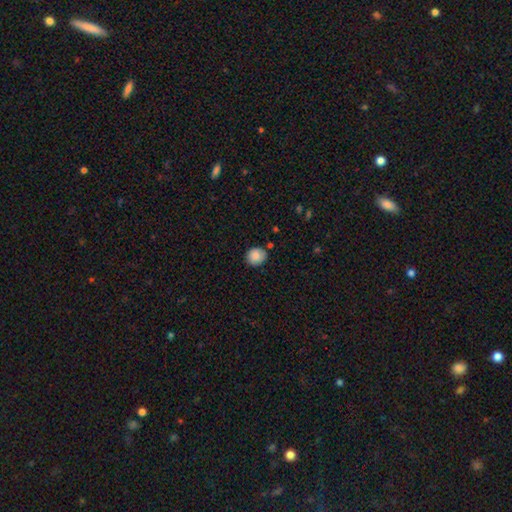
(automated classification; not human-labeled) smooth-or-featured: smooth: 86% | star or artifact: 8% | featured or disk: 6%
  how-rounded: round: 80% | in between: 19% | cigar-shaped: 1%
  merging: none: 81% | minor disturbance: 14% | merger: 3% | major disturbance: 3%